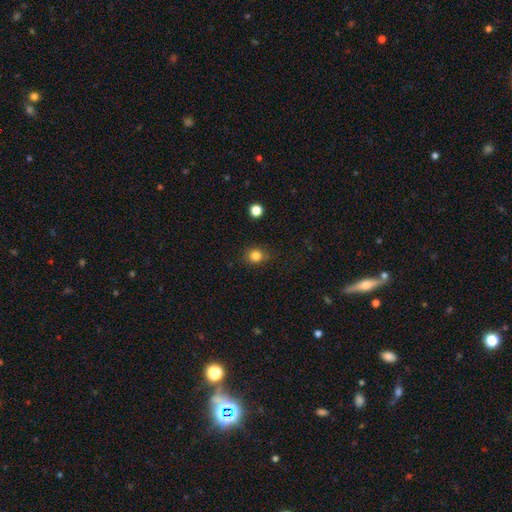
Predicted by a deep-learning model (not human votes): smooth 84%, star or artifact 11%, featured or disk 5%. Down the decision tree: how rounded — round (78%); merging — none (84%).